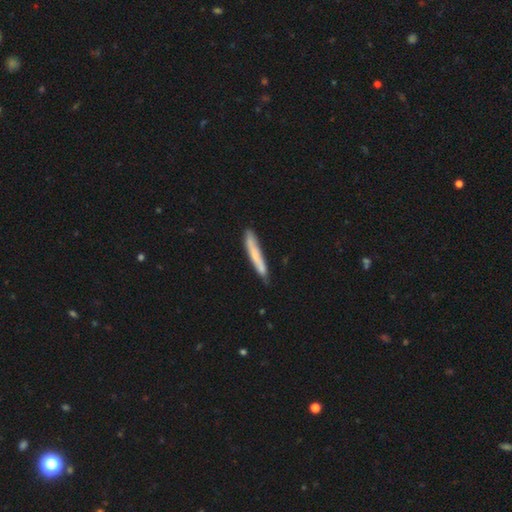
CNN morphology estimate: Q: Smooth or featured?
A: smooth (66%); runner-up: featured or disk (28%)
Q: How rounded?
A: cigar-shaped (95%); runner-up: in between (4%)
Q: Merging?
A: none (74%); runner-up: minor disturbance (19%)